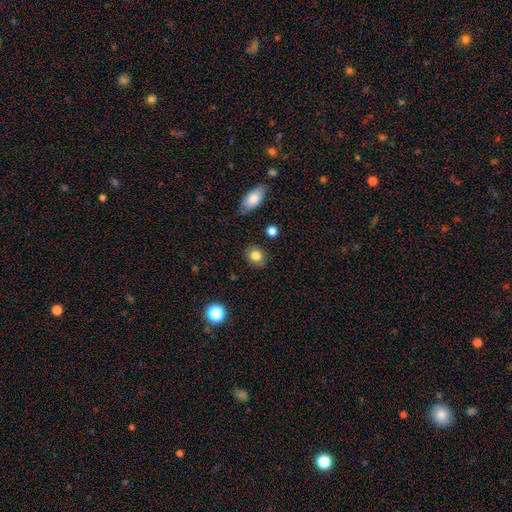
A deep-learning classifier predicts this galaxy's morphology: This is clearly a smooth galaxy (83%). How rounded: likely round (67%). Merging: clearly none (84%).